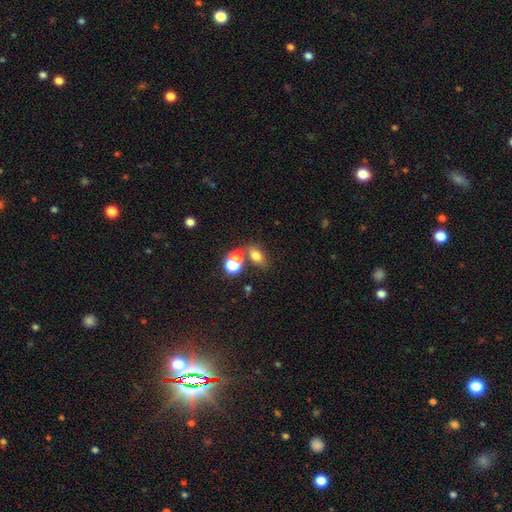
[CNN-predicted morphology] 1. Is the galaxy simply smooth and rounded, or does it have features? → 71% smooth, 16% star or artifact, 13% featured or disk.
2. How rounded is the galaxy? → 71% in between, 26% round, 3% cigar-shaped.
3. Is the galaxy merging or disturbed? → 51% none, 31% merger, 12% minor disturbance, 6% major disturbance.